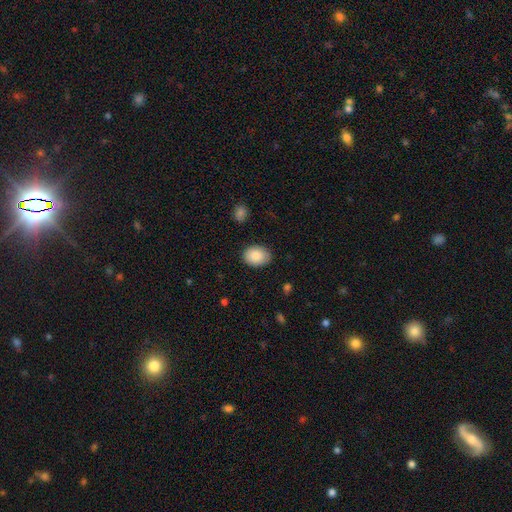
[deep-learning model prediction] Smooth or featured?
  - smooth: 86% *
  - star or artifact: 7%
  - featured or disk: 7%
How rounded?
  - in between: 69% *
  - round: 30%
  - cigar-shaped: 1%
Merging?
  - none: 84% *
  - minor disturbance: 12%
  - major disturbance: 2%
  - merger: 1%